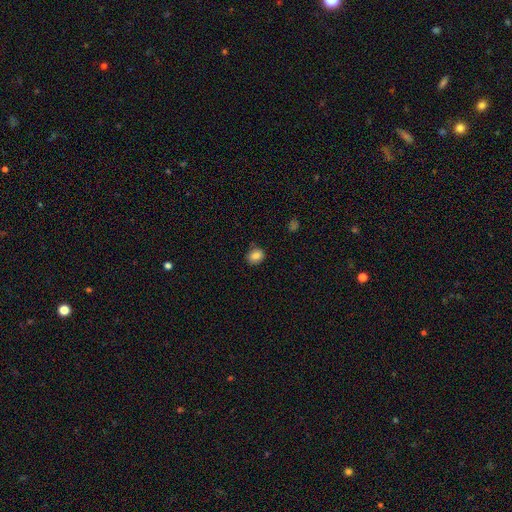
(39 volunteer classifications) Morphology: type=smooth (87%); roundness=round (50%, tied with in between); merging=none (97%).